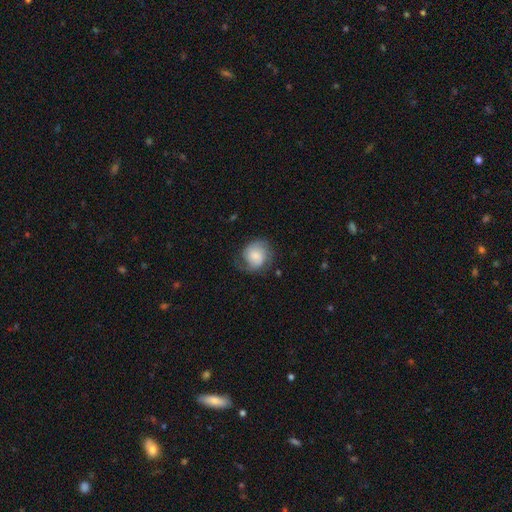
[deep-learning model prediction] Morphology: type=featured or disk (47%); merging=none (60%).